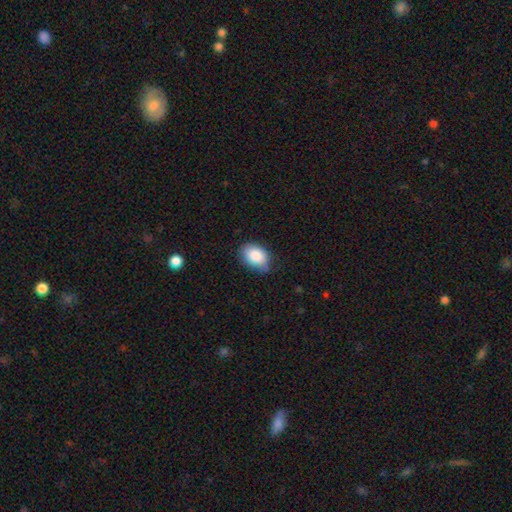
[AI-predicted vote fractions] Overall: smooth (87%). How rounded: in between (80%). Merging: none (67%; minor disturbance 28%).